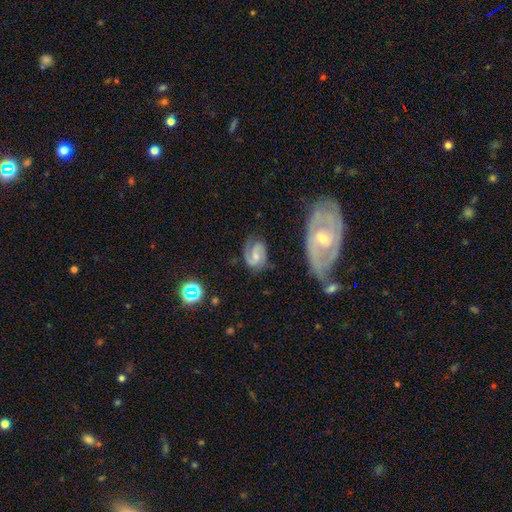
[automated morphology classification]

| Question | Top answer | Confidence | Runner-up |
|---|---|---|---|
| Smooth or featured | featured or disk | 74% | smooth (19%) |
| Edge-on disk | no | 97% | yes (3%) |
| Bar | weak | 46% | no (42%) |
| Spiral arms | yes | 94% | no (6%) |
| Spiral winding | medium | 49% | tight (26%) |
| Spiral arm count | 2 | 82% | can't tell (7%) |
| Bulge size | small | 50% | moderate (40%) |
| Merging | none | 64% | minor disturbance (22%) |